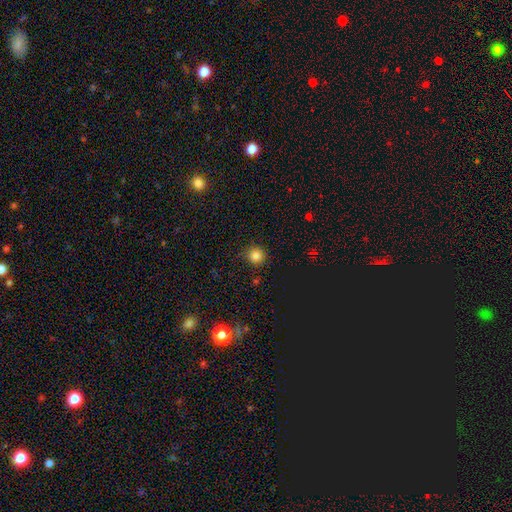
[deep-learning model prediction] smooth 82%, star or artifact 14%, featured or disk 4%. Down the decision tree: how rounded — round (93%); merging — none (84%).